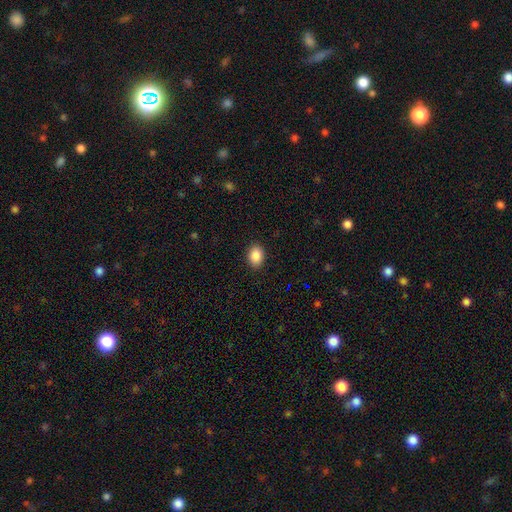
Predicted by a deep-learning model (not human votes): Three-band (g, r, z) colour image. It shows a smooth galaxy with no disk features (88%) that is in between round and cigar-shaped (72%). Merging: none (89%).